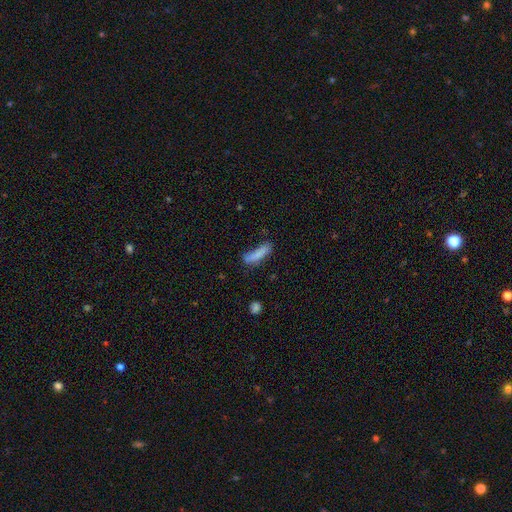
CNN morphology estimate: A smooth galaxy with no disk features (82%) that is cigar-shaped (75%). Merging: none (57%).